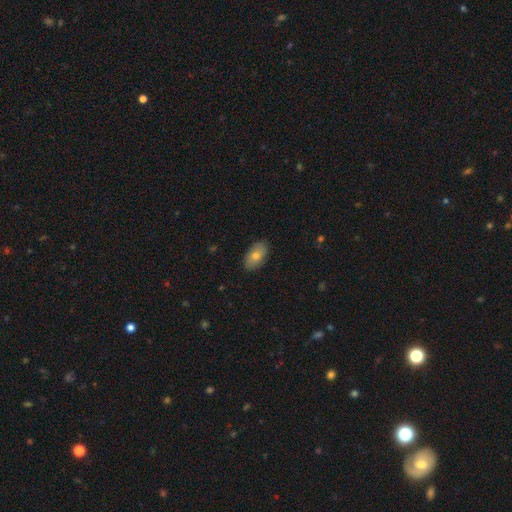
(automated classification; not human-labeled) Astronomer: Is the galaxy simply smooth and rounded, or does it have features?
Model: smooth — 73%.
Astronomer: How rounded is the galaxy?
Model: in between — 92%.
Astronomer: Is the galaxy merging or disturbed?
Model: none — 88%.